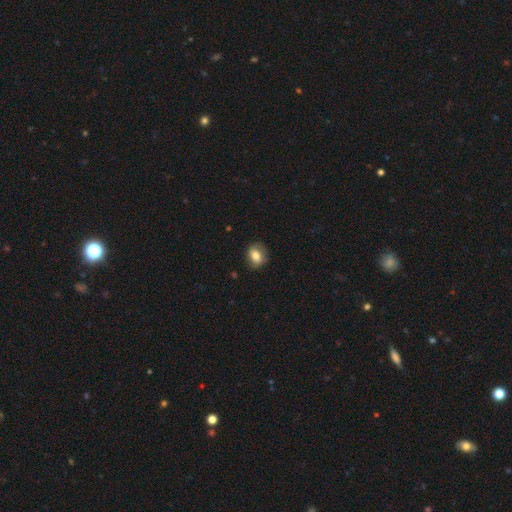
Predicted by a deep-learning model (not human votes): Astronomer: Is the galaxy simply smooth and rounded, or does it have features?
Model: smooth — 73%.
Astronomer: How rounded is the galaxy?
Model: in between — 52% (runner-up: round, 47%).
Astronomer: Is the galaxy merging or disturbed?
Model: none — 74%.